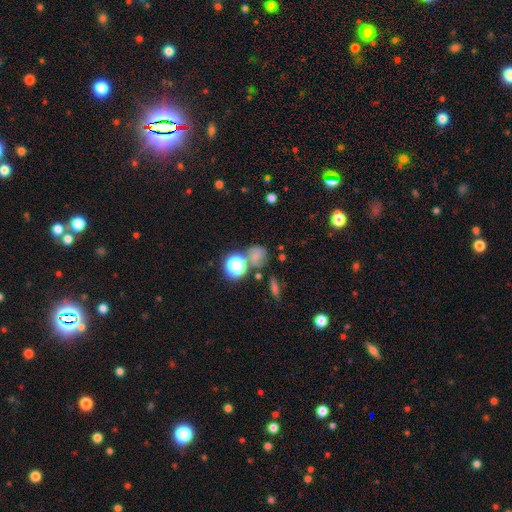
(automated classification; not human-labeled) Q: Smooth or featured?
A: smooth (58%); runner-up: star or artifact (27%)
Q: How rounded?
A: round (72%); runner-up: in between (26%)
Q: Merging?
A: none (57%); runner-up: merger (18%)